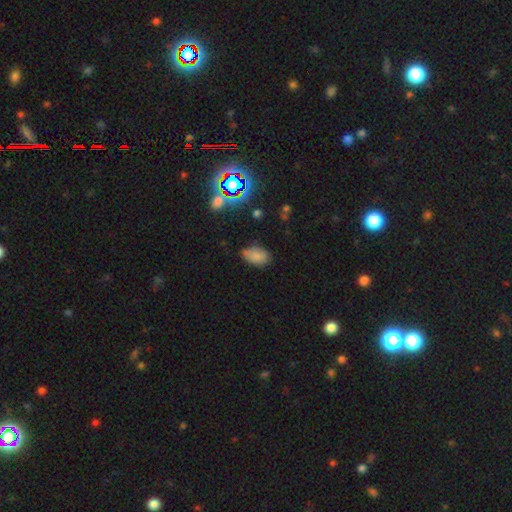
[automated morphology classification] This appears to be a smooth galaxy with no disk features (79%) that is in between round and cigar-shaped (91%). Merging: none (70%).